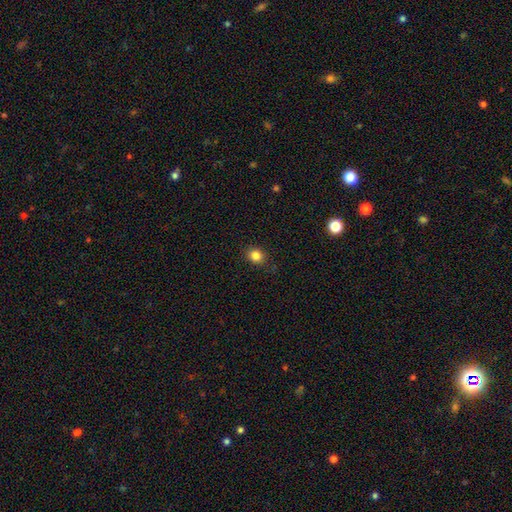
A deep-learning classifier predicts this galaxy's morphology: A smooth galaxy with no disk features (84%) that is round (67%).

Vote fractions:
- Smooth or featured? smooth: 84% / star or artifact: 11% / featured or disk: 5%
- How rounded? round: 67% / in between: 32% / cigar-shaped: 1%
- Merging? none: 87% / minor disturbance: 10% / major disturbance: 3% / merger: 1%